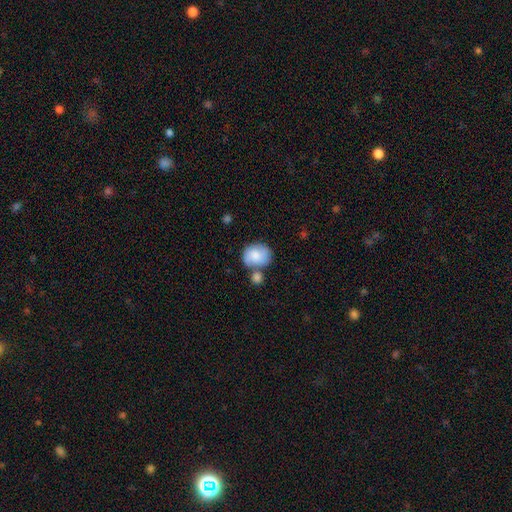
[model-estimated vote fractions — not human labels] The model was most divided on "how rounded": round: 59%, in between: 40%, cigar-shaped: 1%. Remaining: smooth or featured — smooth (68%); merging — none (48%).